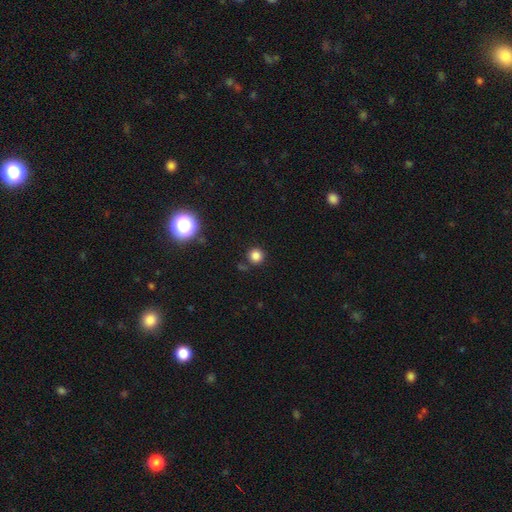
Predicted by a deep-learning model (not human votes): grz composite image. It shows a smooth galaxy with no disk features (82%) that is round (95%). Merging: none (85%).